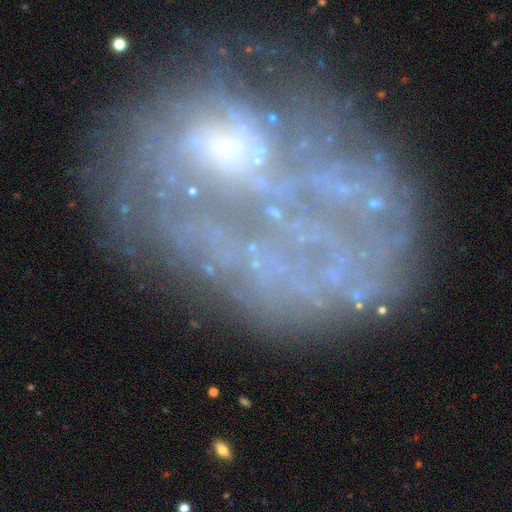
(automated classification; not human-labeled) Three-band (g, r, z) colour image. It shows a featured or disk galaxy (68%) with no bar (77%), no spiral arms (58%) and no central bulge (48%). Merging: major disturbance (37%).